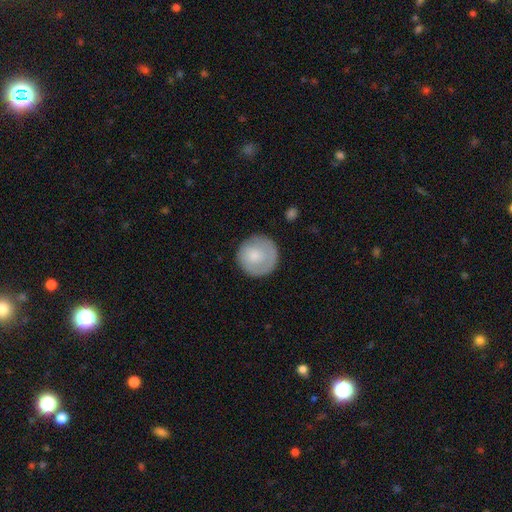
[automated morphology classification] Smooth or featured: smooth — 68% (featured or disk — 27%)
How rounded: round — 93% (in between — 6%)
Merging: none — 82% (minor disturbance — 13%)